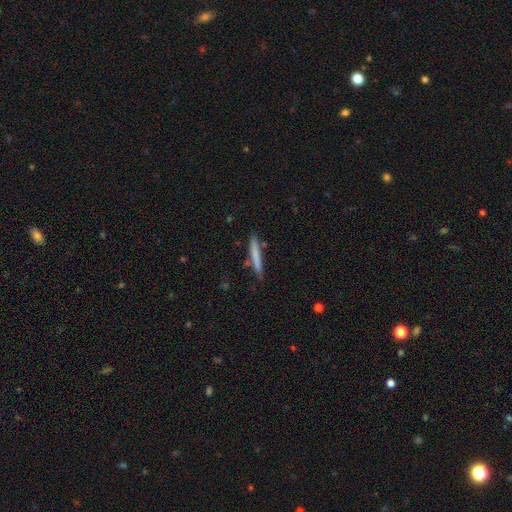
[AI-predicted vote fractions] Smooth or featured? Predicted: smooth (p=0.71). How rounded? Predicted: cigar-shaped (p=0.96). Merging? Predicted: none (p=0.84).